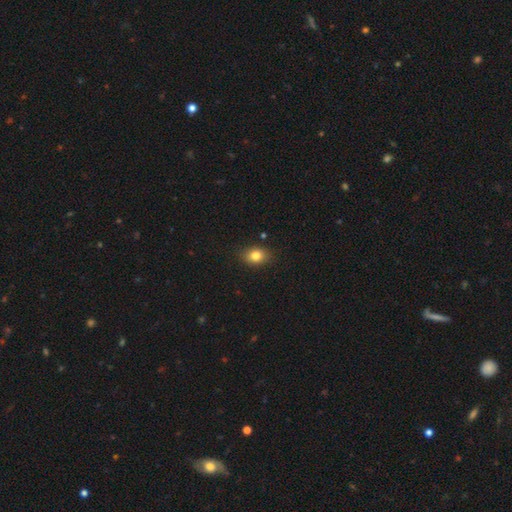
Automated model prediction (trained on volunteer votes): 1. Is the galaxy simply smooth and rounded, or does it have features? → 82% smooth, 10% star or artifact, 8% featured or disk.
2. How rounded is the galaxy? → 66% in between, 33% round, 1% cigar-shaped.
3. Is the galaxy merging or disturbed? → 86% none, 11% minor disturbance, 2% major disturbance, 1% merger.